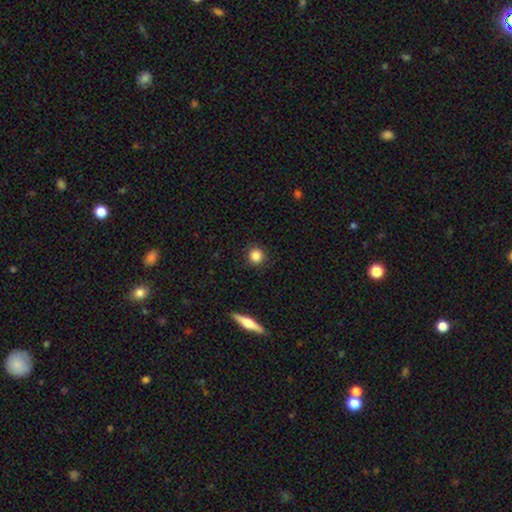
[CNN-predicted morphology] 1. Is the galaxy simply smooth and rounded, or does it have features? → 85% smooth, 9% star or artifact, 6% featured or disk.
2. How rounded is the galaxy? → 93% round, 6% in between, 1% cigar-shaped.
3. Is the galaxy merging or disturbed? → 91% none, 6% minor disturbance, 2% major disturbance, 1% merger.